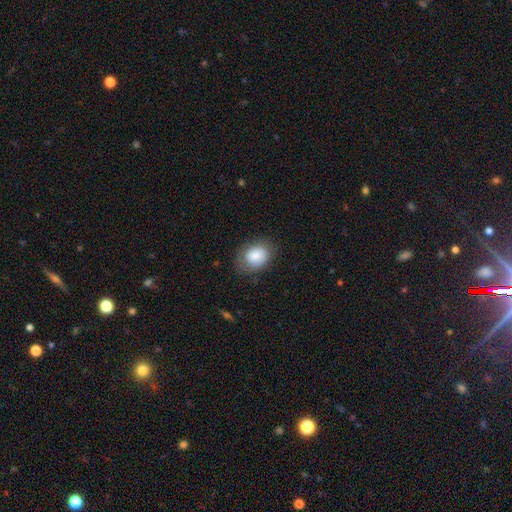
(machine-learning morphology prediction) This is clearly a smooth galaxy (84%). How rounded: likely in between (71%). Merging: likely none (73%).